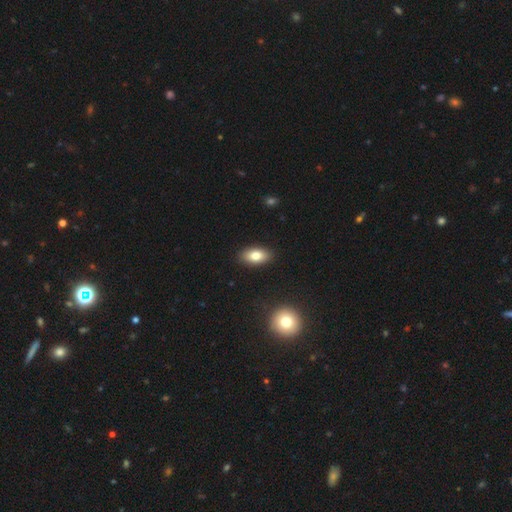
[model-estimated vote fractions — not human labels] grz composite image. It shows a smooth galaxy with no disk features (81%) that is in between round and cigar-shaped (91%). Merging: none (89%).